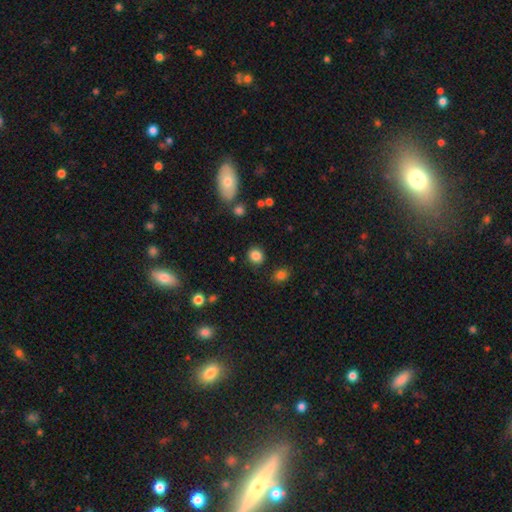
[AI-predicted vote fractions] smooth-or-featured: smooth: 85% | star or artifact: 11% | featured or disk: 4%
  how-rounded: round: 82% | in between: 17% | cigar-shaped: 1%
  merging: none: 87% | minor disturbance: 8% | merger: 3% | major disturbance: 3%